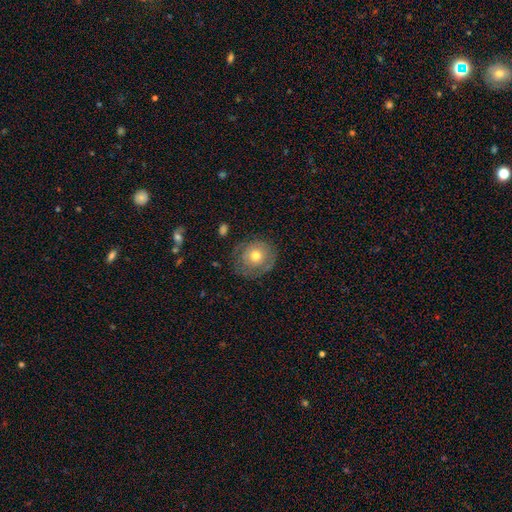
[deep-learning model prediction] Morphology: type=smooth (58%); roundness=round (81%); merging=none (68%).